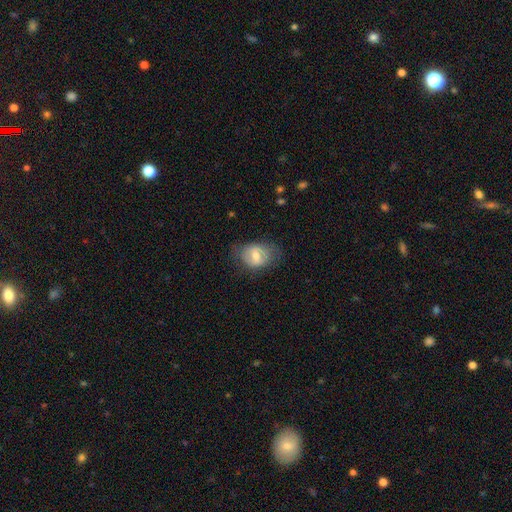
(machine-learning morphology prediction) The model was most divided on "smooth or featured": smooth: 55%, featured or disk: 38%, star or artifact: 7%. More confident: merging — none (67%); how rounded — in between (66%).